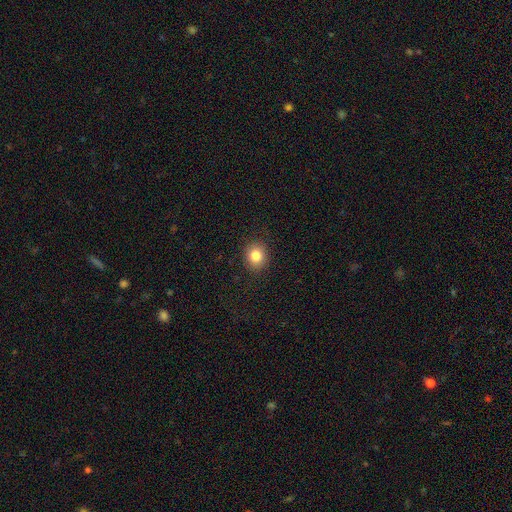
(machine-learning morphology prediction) A smooth galaxy with no disk features (84%) that is round (73%). Merging: none (89%).